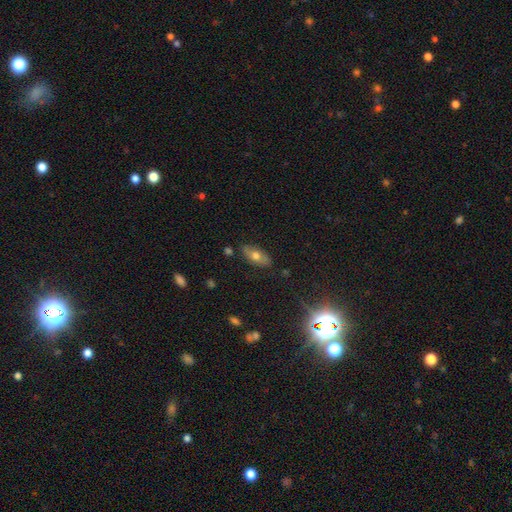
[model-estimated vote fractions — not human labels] Smooth or featured: smooth — 64% (featured or disk — 27%)
How rounded: in between — 83% (cigar-shaped — 13%)
Merging: none — 82% (minor disturbance — 14%)